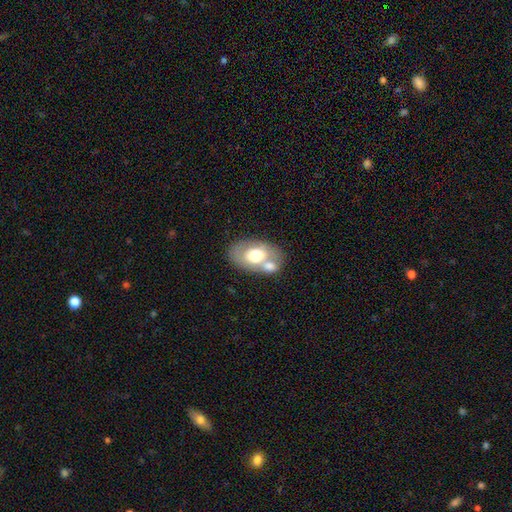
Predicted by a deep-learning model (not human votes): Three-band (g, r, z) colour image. It shows a smooth galaxy with no disk features (53%) that is in between round and cigar-shaped (86%). Merging: none (45%).